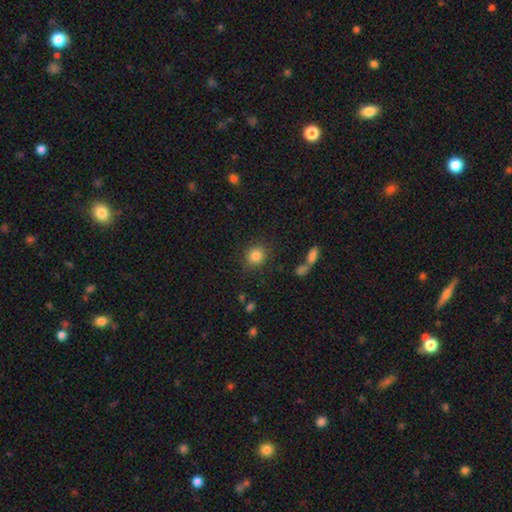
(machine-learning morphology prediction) Smooth or featured? smooth (84%)
How rounded? round (84%)
Merging? none (85%)